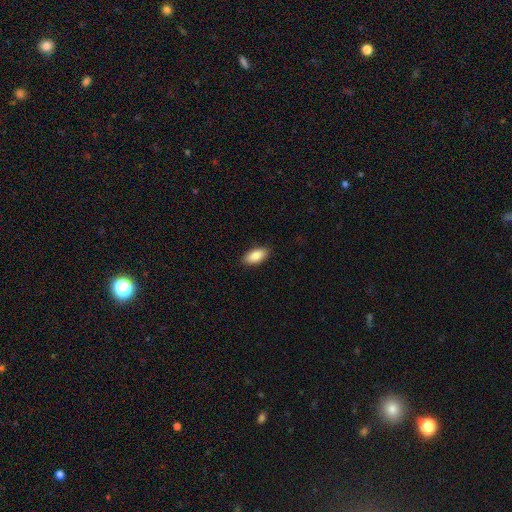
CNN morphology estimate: Q: Smooth or featured?
A: smooth (88%); runner-up: star or artifact (6%)
Q: How rounded?
A: in between (92%); runner-up: cigar-shaped (6%)
Q: Merging?
A: none (89%); runner-up: minor disturbance (8%)